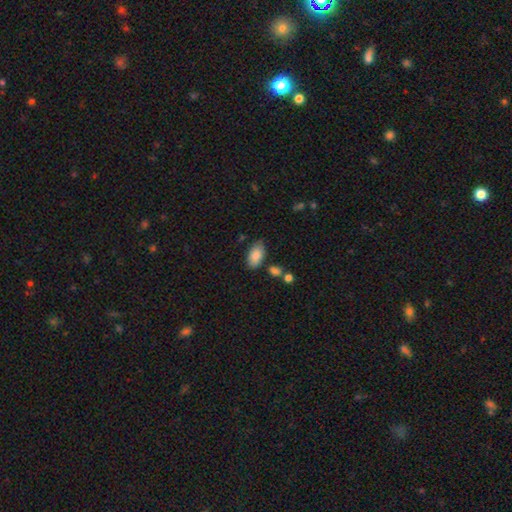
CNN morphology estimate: smooth 86%, featured or disk 7%, star or artifact 7%. Down the decision tree: how rounded — in between (94%); merging — none (75%).